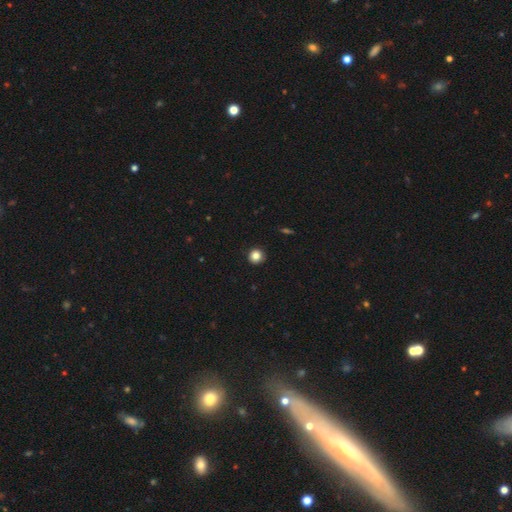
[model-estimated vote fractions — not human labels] smooth_or_featured: smooth (p=0.85) [alt: star or artifact p=0.11]
how_rounded: round (p=0.94) [alt: in between p=0.05]
merging: none (p=0.92) [alt: minor disturbance p=0.06]